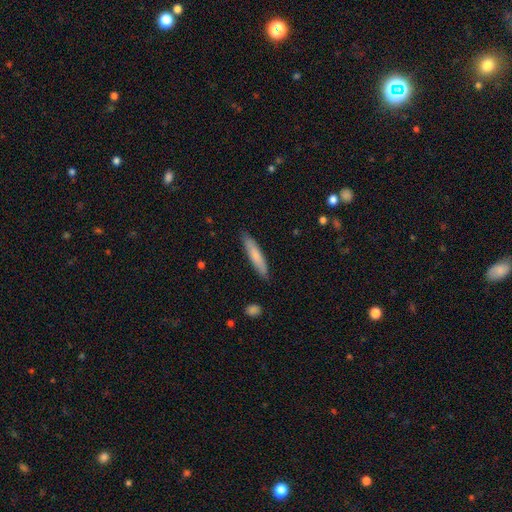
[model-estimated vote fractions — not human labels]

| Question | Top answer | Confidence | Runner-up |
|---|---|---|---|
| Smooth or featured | smooth | 74% | featured or disk (21%) |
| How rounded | cigar-shaped | 87% | in between (12%) |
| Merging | none | 87% | minor disturbance (10%) |